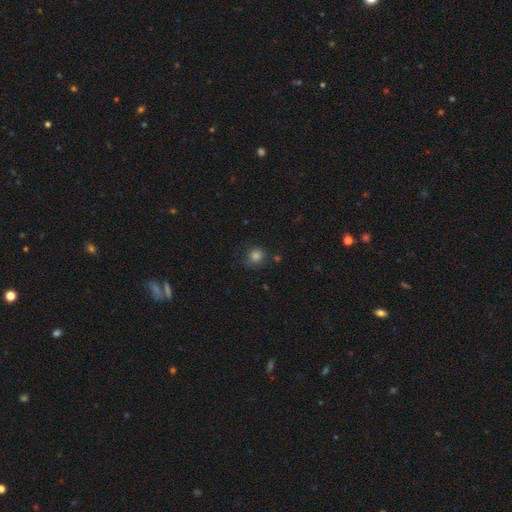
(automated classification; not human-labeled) Morphology: type=smooth (81%); roundness=round (86%); merging=none (78%).